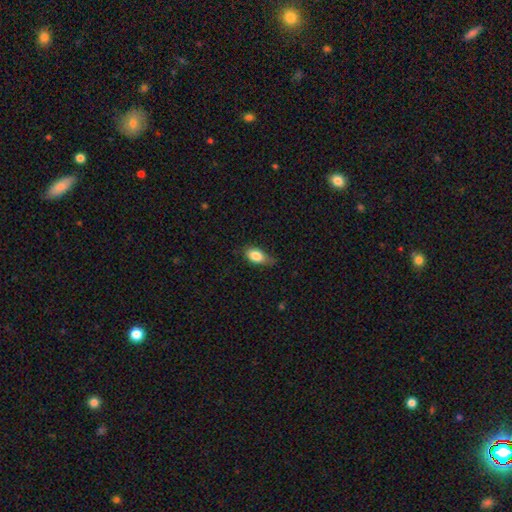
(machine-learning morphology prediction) Smooth or featured? Predicted: smooth (p=0.83). How rounded? Predicted: in between (p=0.87). Merging? Predicted: none (p=0.61).